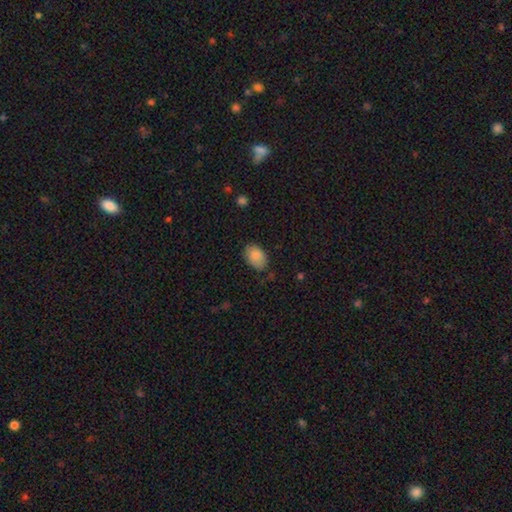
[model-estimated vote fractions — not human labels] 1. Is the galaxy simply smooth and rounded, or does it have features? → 85% smooth, 8% featured or disk, 7% star or artifact.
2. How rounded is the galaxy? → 84% in between, 15% round, 1% cigar-shaped.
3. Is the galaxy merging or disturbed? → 70% none, 23% minor disturbance, 4% major disturbance, 2% merger.